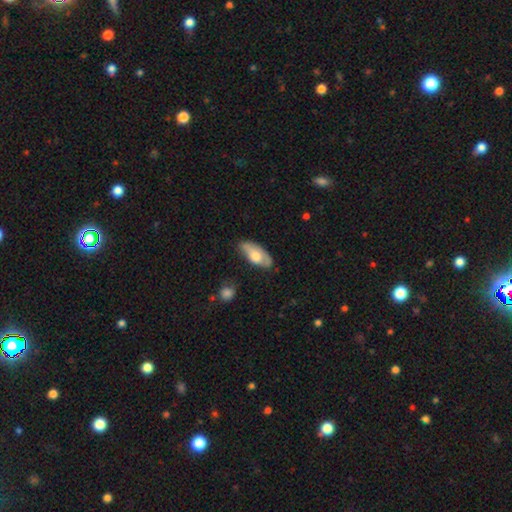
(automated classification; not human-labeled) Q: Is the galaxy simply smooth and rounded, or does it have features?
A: smooth — 63%.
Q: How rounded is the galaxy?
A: in between — 87%.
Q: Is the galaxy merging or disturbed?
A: none — 62%.